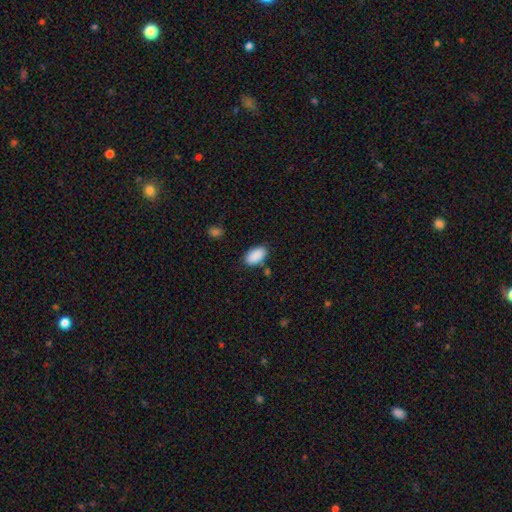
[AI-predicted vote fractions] Smooth or featured? Predicted: smooth (p=0.90). How rounded? Predicted: in between (p=0.95). Merging? Predicted: none (p=0.83).